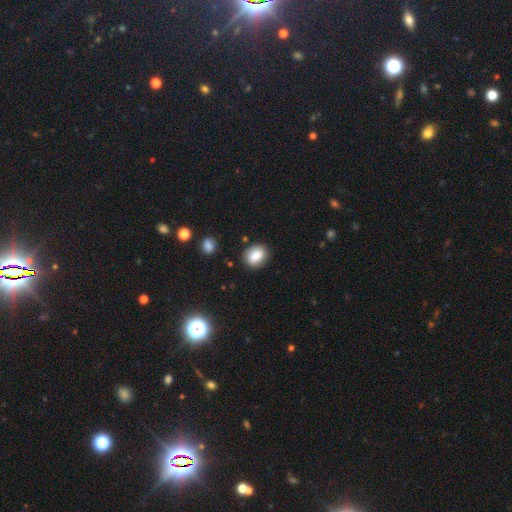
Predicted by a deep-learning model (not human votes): Overall: smooth (85%). How rounded: in between (50%; round 49%). Merging: none (84%).